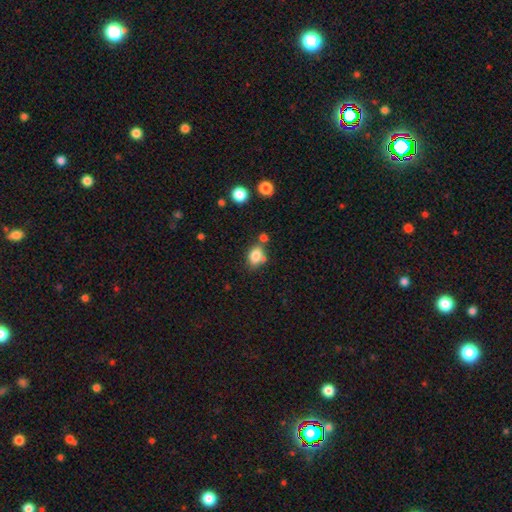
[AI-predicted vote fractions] Q: Smooth or featured?
A: smooth (82%); runner-up: star or artifact (10%)
Q: How rounded?
A: in between (69%); runner-up: round (29%)
Q: Merging?
A: none (58%); runner-up: merger (19%)